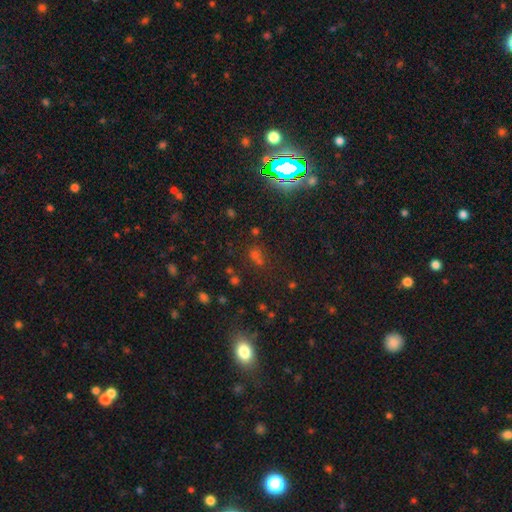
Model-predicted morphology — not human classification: Smooth or featured: star or artifact — 56% (smooth — 35%)